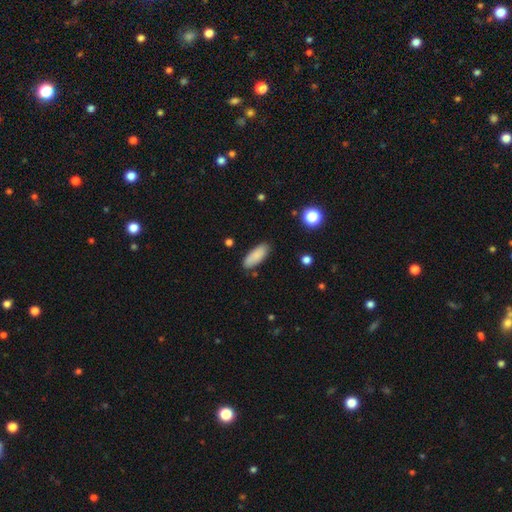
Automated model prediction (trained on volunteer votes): smooth-or-featured: smooth: 87% | star or artifact: 7% | featured or disk: 6%
  how-rounded: in between: 72% | cigar-shaped: 26% | round: 2%
  merging: none: 84% | minor disturbance: 12% | major disturbance: 2% | merger: 2%